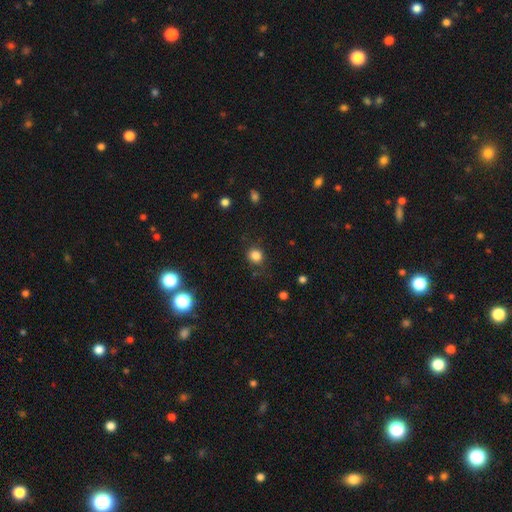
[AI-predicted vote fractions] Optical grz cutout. It shows a smooth galaxy with no disk features (83%) that is round (82%). Merging: none (82%).